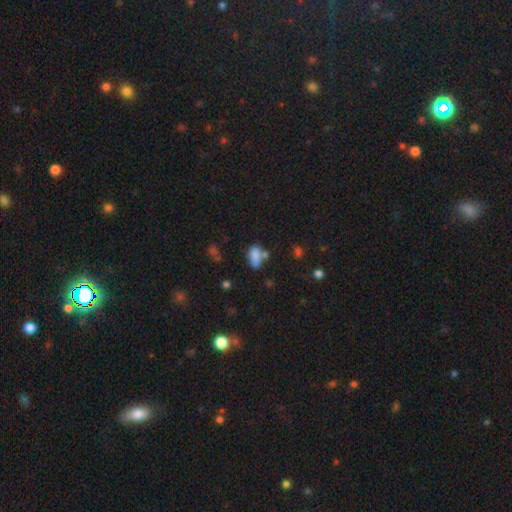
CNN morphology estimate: Smooth or featured: smooth — 80% (star or artifact — 10%)
How rounded: in between — 88% (round — 9%)
Merging: none — 46% (merger — 23%)